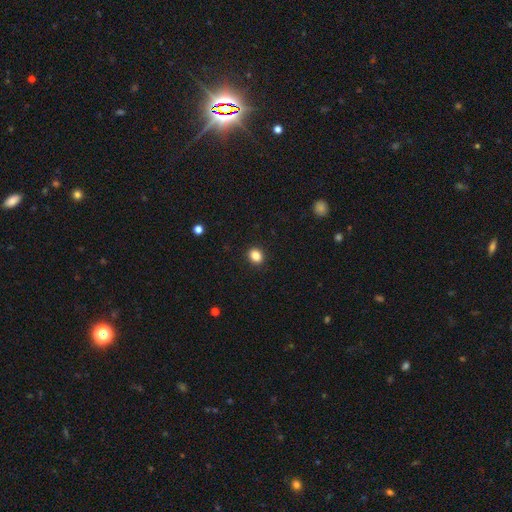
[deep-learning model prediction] A smooth galaxy with no disk features (86%) that is round (56%).

Vote fractions:
- Smooth or featured? smooth: 86% / star or artifact: 10% / featured or disk: 4%
- How rounded? round: 56% / in between: 43% / cigar-shaped: 1%
- Merging? none: 91% / minor disturbance: 6% / major disturbance: 2% / merger: 1%